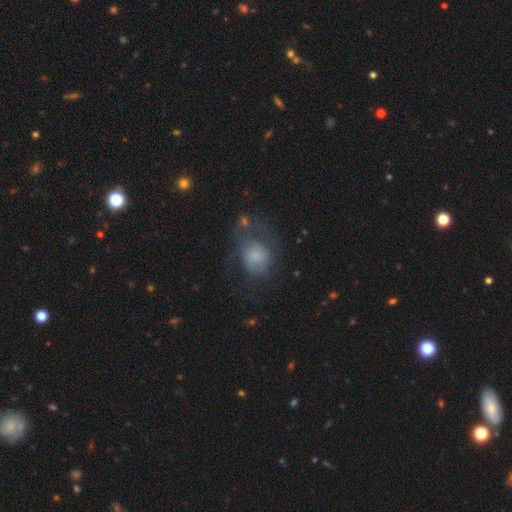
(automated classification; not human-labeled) The model was most divided on "merging": major disturbance: 35%, none: 34%, minor disturbance: 25%, merger: 6%. More confident: smooth or featured — smooth (61%); how rounded — in between (55%).